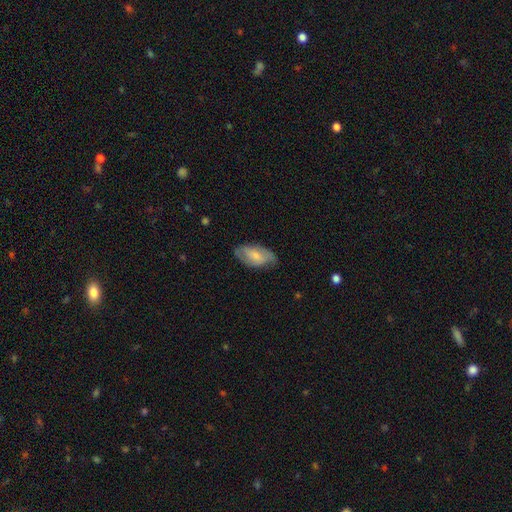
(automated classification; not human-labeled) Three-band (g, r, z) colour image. It shows a smooth galaxy with no disk features (52%) that is in between round and cigar-shaped (92%). Merging: none (66%).